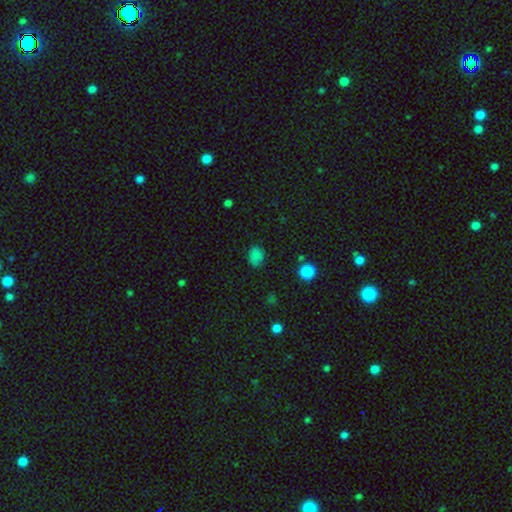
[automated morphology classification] A smooth galaxy with no disk features (78%) that is in between round and cigar-shaped (62%). Merging: none (71%).